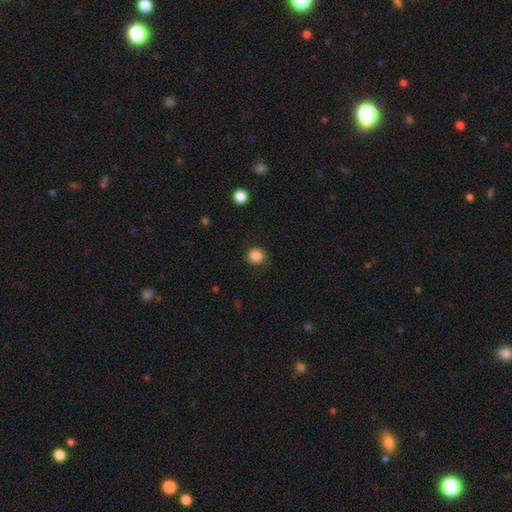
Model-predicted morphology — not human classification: This appears to be a smooth galaxy with no disk features (86%) that is round (83%). Merging: none (85%).